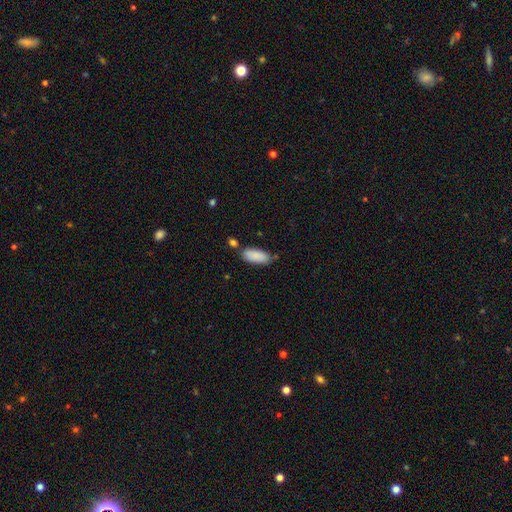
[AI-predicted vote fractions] Overall: smooth (88%). How rounded: in between (83%). Merging: none (67%).